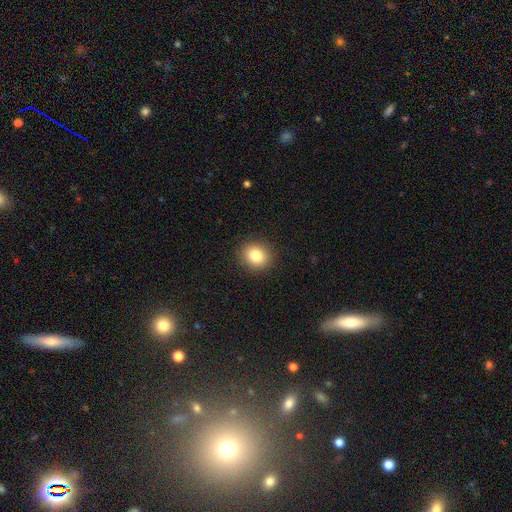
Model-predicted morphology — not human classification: A smooth galaxy with no disk features (83%) that is round (73%). Merging: none (90%).